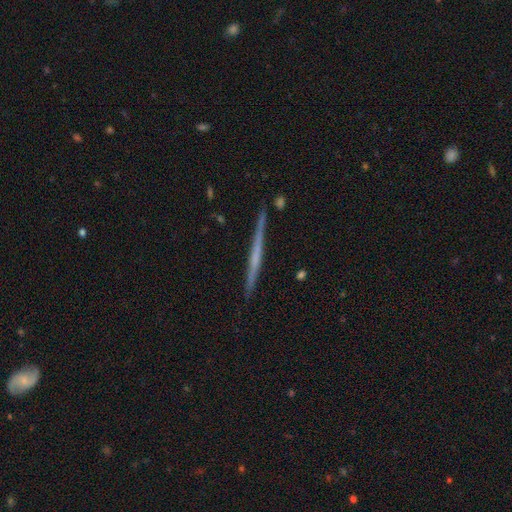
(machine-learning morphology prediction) This is likely a featured or disk galaxy (64%). It is clearly viewed edge-on (98%). Edge-on bulge: clearly none (80%). Merging: clearly none (91%).